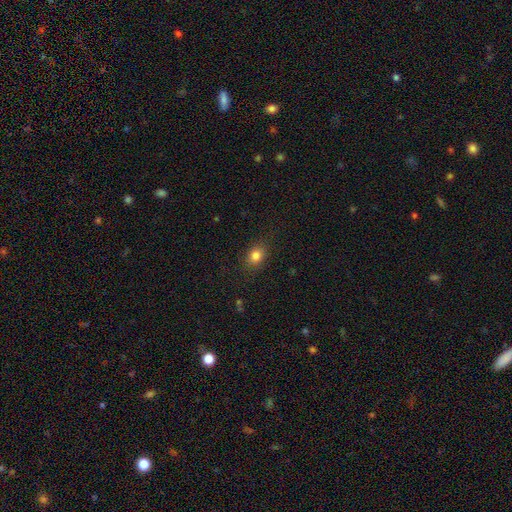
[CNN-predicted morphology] Q: Smooth or featured?
A: smooth (83%); runner-up: star or artifact (11%)
Q: How rounded?
A: in between (53%); runner-up: round (45%)
Q: Merging?
A: none (85%); runner-up: minor disturbance (11%)